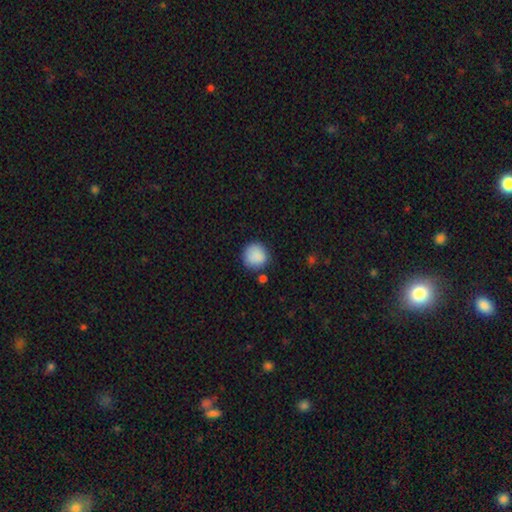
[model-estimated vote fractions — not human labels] smooth_or_featured: smooth (p=0.88) [alt: star or artifact p=0.08]
how_rounded: round (p=0.90) [alt: in between p=0.09]
merging: none (p=0.78) [alt: minor disturbance p=0.13]